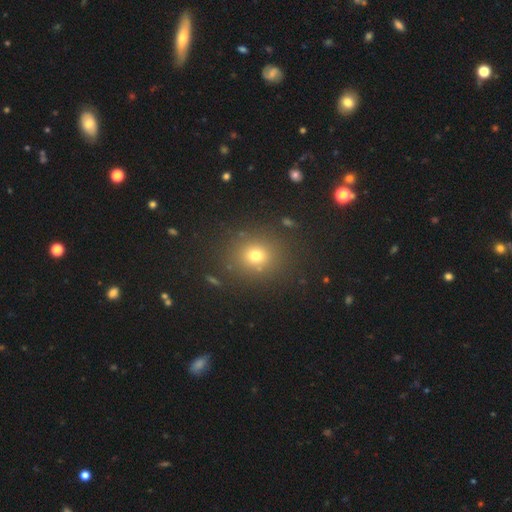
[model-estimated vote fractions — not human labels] Smooth or featured: smooth — 71% (star or artifact — 20%)
How rounded: round — 84% (in between — 15%)
Merging: none — 87% (minor disturbance — 7%)